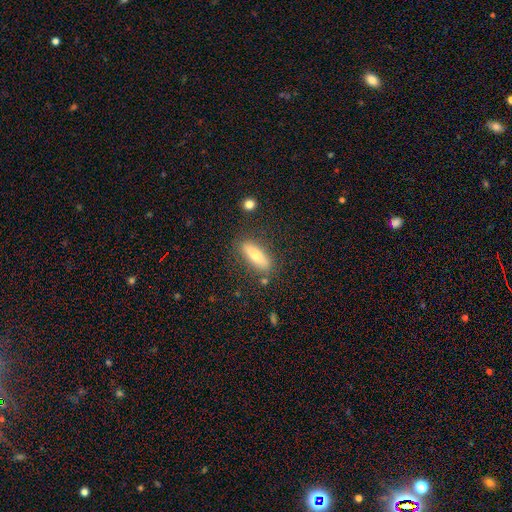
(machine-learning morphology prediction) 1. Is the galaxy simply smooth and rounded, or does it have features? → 70% smooth, 23% featured or disk, 7% star or artifact.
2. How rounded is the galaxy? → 51% in between, 47% cigar-shaped, 2% round.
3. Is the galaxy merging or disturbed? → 79% none, 13% minor disturbance, 4% major disturbance, 4% merger.